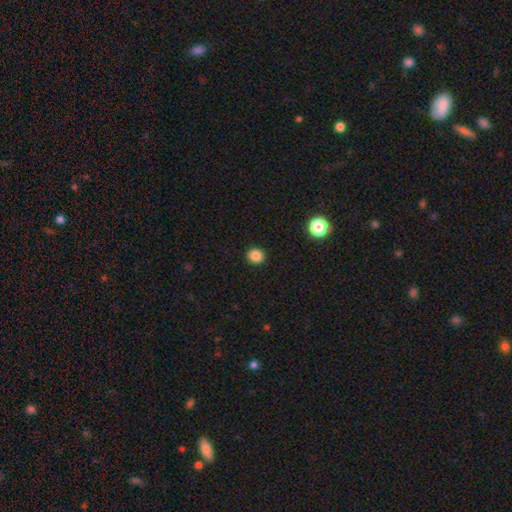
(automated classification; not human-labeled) Overall: smooth (85%). How rounded: round (87%). Merging: none (92%).